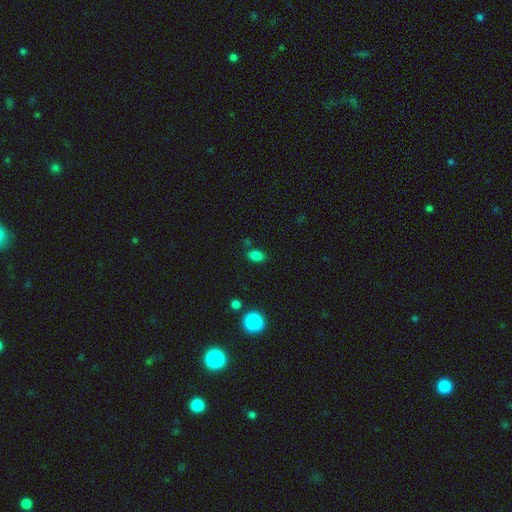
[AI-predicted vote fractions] Q: Smooth or featured?
A: smooth (81%); runner-up: star or artifact (14%)
Q: How rounded?
A: in between (82%); runner-up: round (16%)
Q: Merging?
A: none (76%); runner-up: minor disturbance (15%)